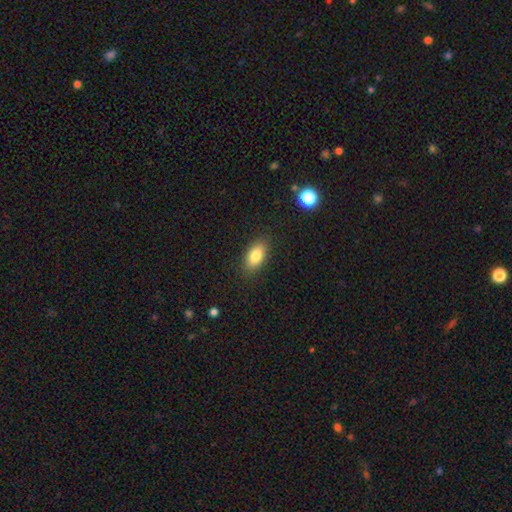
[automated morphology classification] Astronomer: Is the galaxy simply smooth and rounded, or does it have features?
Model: smooth — 83%.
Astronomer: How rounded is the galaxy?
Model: in between — 89%.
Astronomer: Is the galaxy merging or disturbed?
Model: none — 86%.